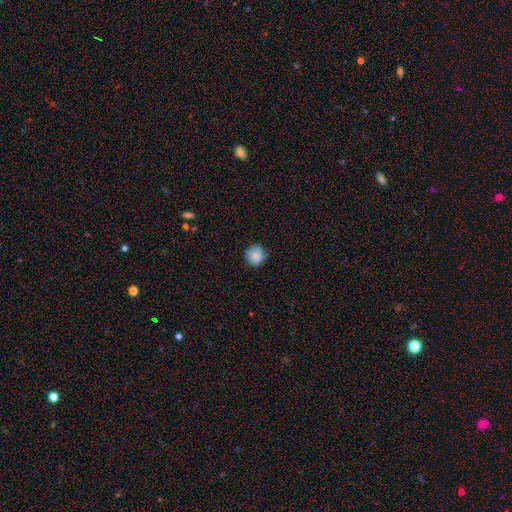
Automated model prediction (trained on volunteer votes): This appears to be a smooth galaxy with no disk features (83%) that is round (87%). Merging: none (76%).